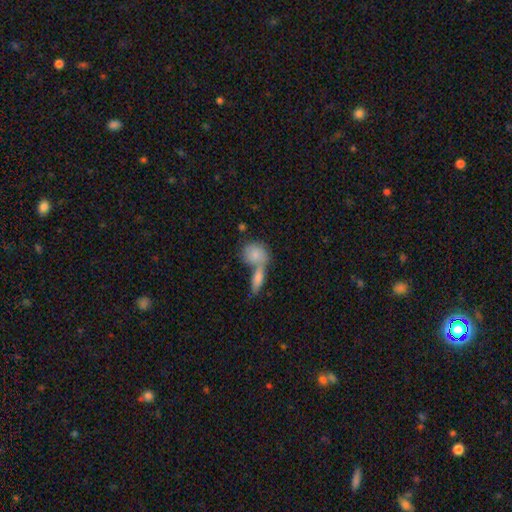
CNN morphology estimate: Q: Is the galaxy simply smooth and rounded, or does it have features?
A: smooth — 77%.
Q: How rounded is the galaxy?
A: round — 53%.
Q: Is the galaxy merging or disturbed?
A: merger — 52%.